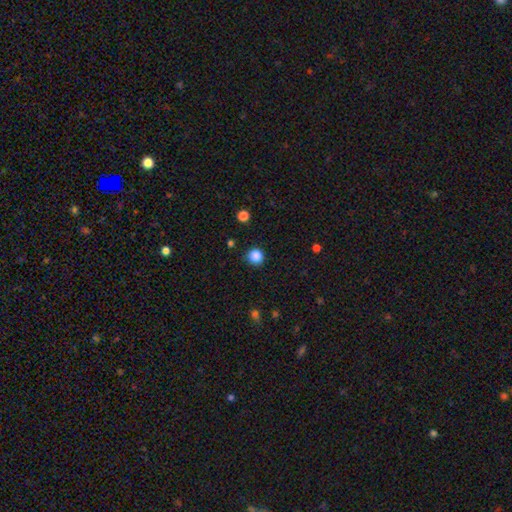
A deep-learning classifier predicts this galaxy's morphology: Smooth or featured: smooth — 86% (star or artifact — 11%)
How rounded: round — 93% (in between — 6%)
Merging: none — 88% (minor disturbance — 8%)